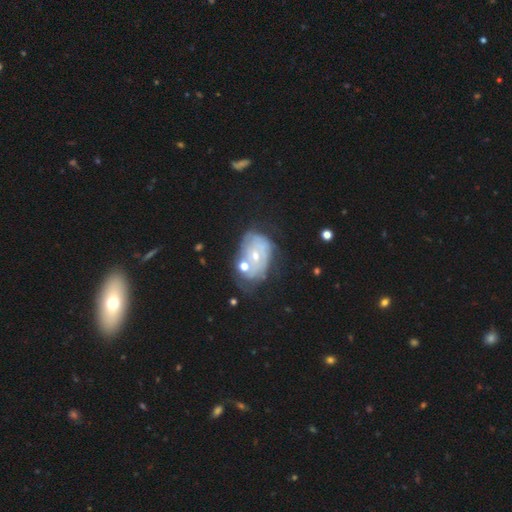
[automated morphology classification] featured or disk 68%, smooth 22%, star or artifact 9%. Down the decision tree: edge-on disk — no (96%); bar — no (81%); spiral arms — yes (60%); bulge size — small (57%); merging — none (40%).